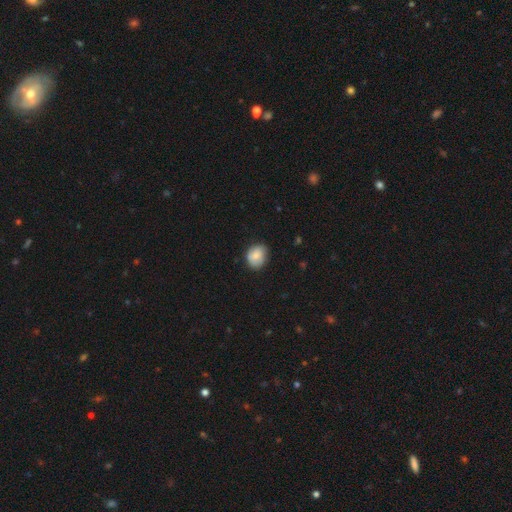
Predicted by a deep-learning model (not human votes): A smooth galaxy with no disk features (77%) that is round (55%).

Vote fractions:
- Smooth or featured? smooth: 77% / featured or disk: 16% / star or artifact: 7%
- How rounded? round: 55% / in between: 44% / cigar-shaped: 1%
- Merging? none: 71% / minor disturbance: 23% / major disturbance: 4% / merger: 1%